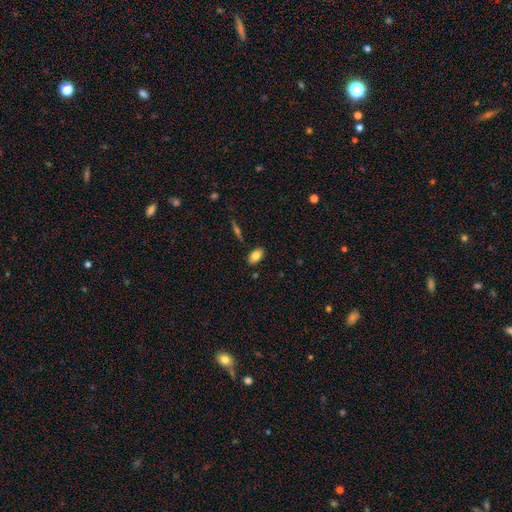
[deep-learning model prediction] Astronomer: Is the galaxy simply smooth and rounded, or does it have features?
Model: smooth — 80%.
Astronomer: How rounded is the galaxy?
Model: in between — 91%.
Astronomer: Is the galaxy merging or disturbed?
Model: none — 84%.